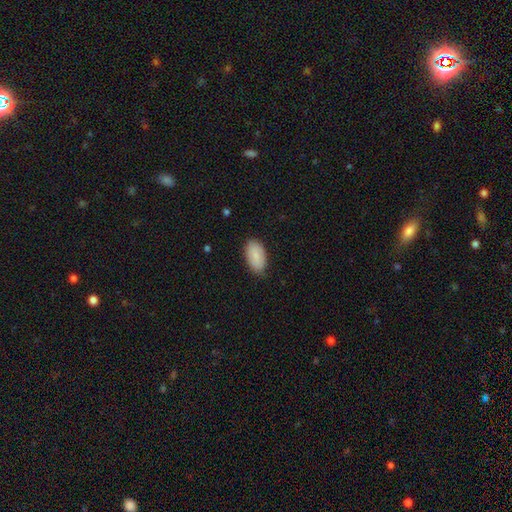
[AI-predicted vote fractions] This appears to be a smooth galaxy with no disk features (83%) that is in between round and cigar-shaped (95%). Merging: none (80%).